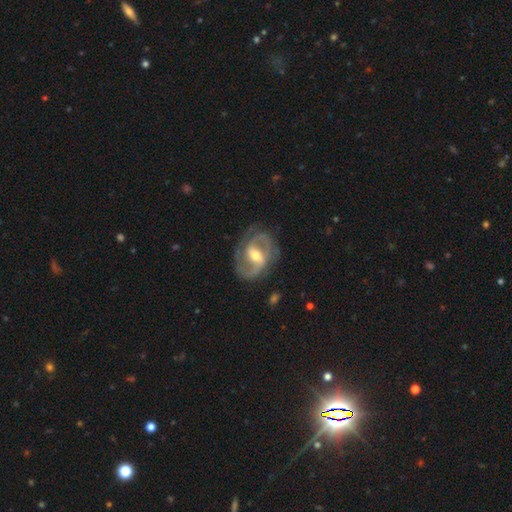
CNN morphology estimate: Smooth or featured: featured or disk — 89% (smooth — 7%)
Edge-on disk: no — 97% (yes — 3%)
Bar: weak — 45% (strong — 40%)
Spiral arms: yes — 95% (no — 5%)
Spiral winding: medium — 56% (tight — 24%)
Spiral arm count: 2 — 87% (3 — 4%)
Bulge size: moderate — 67% (small — 26%)
Merging: none — 77% (minor disturbance — 15%)